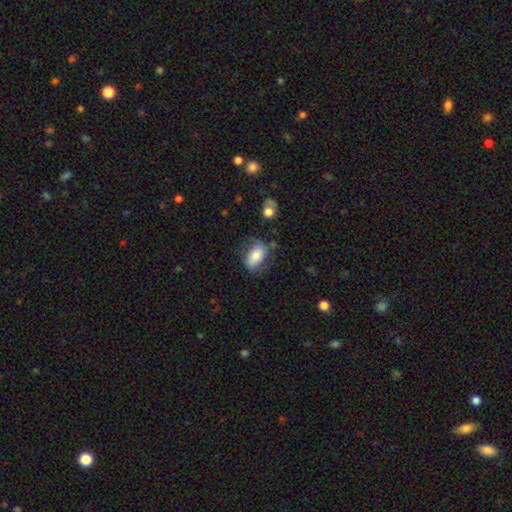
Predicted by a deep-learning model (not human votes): Smooth or featured: smooth — 70% (featured or disk — 23%)
How rounded: in between — 89% (round — 9%)
Merging: none — 59% (minor disturbance — 24%)